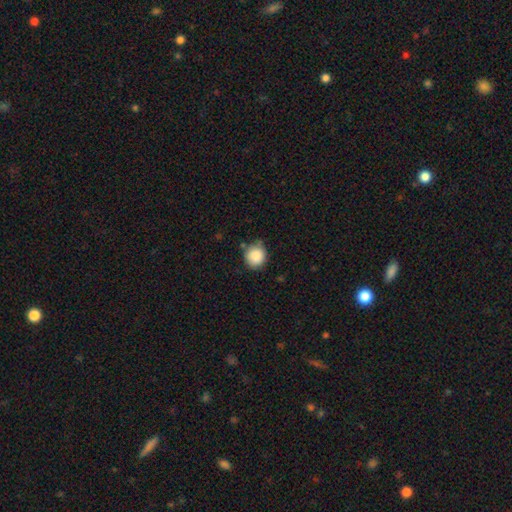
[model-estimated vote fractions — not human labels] This appears to be a smooth galaxy with no disk features (87%) that is round (87%). Merging: none (72%).